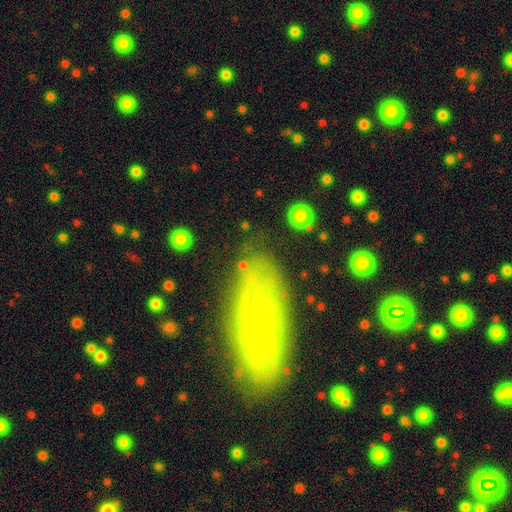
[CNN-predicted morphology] Smooth or featured?
  - featured or disk: 52% *
  - smooth: 37%
  - star or artifact: 11%
Edge-on disk?
  - no: 81% *
  - yes: 19%
Merging?
  - none: 81% *
  - minor disturbance: 14%
  - major disturbance: 3%
  - merger: 2%